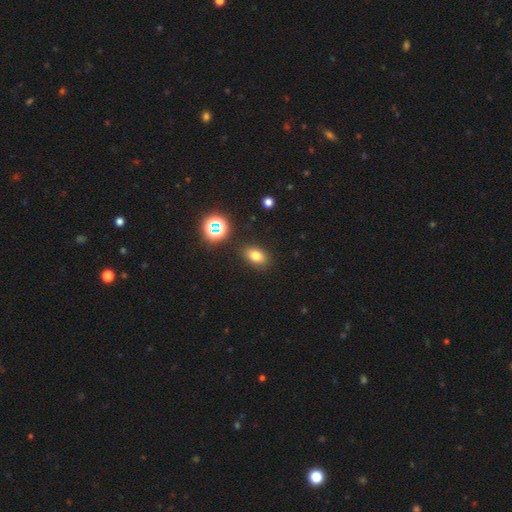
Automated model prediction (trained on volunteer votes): smooth-or-featured: smooth: 75% | star or artifact: 16% | featured or disk: 9%
  how-rounded: in between: 80% | round: 18% | cigar-shaped: 2%
  merging: none: 86% | minor disturbance: 9% | major disturbance: 3% | merger: 2%